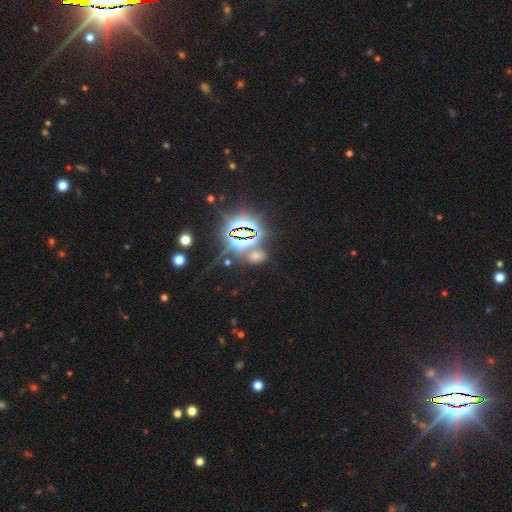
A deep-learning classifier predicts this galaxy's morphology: A star or artifact, not a galaxy (59%).

Vote fractions:
- Smooth or featured? star or artifact: 59% / smooth: 32% / featured or disk: 9%